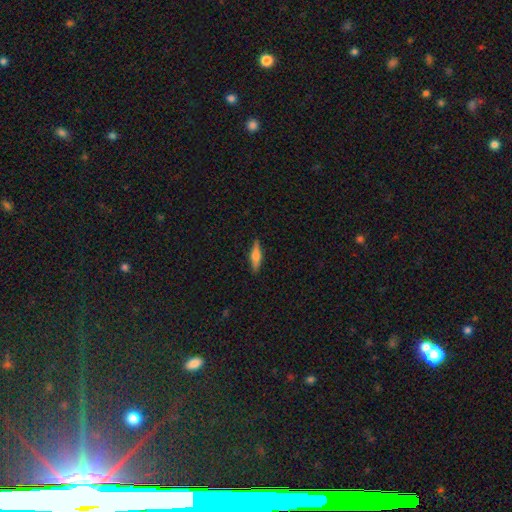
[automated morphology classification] Smooth or featured? Predicted: smooth (p=0.49). Merging? Predicted: none (p=0.89).